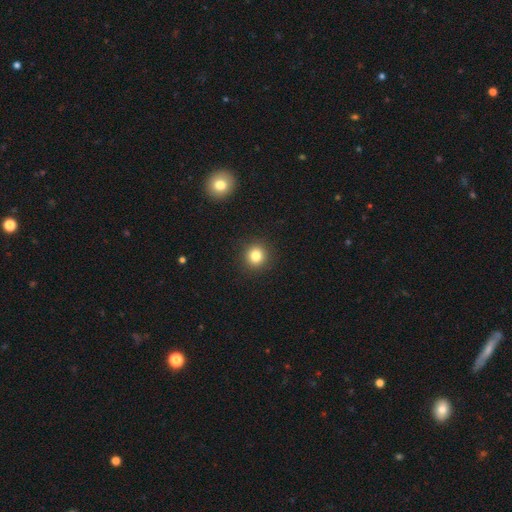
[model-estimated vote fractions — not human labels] This appears to be a smooth galaxy with no disk features (81%) that is round (93%). Merging: none (92%).